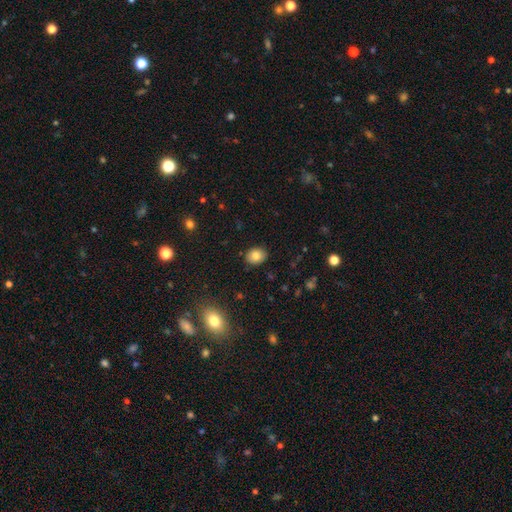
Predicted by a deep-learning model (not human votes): This appears to be a smooth galaxy with no disk features (83%) that is in between round and cigar-shaped (55%). Merging: none (87%).